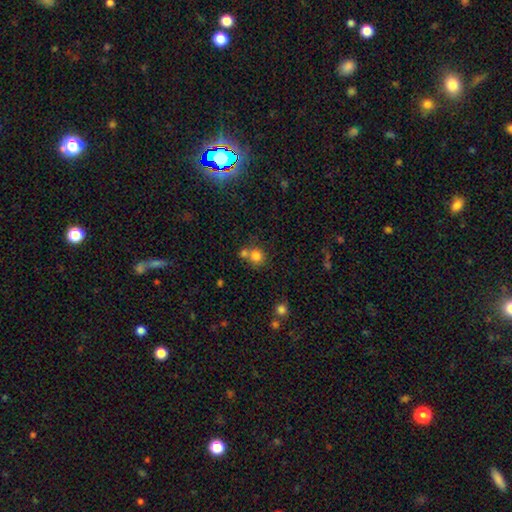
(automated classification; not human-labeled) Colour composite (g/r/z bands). It shows a smooth galaxy with no disk features (79%) that is round (84%). Merging: none (49%).